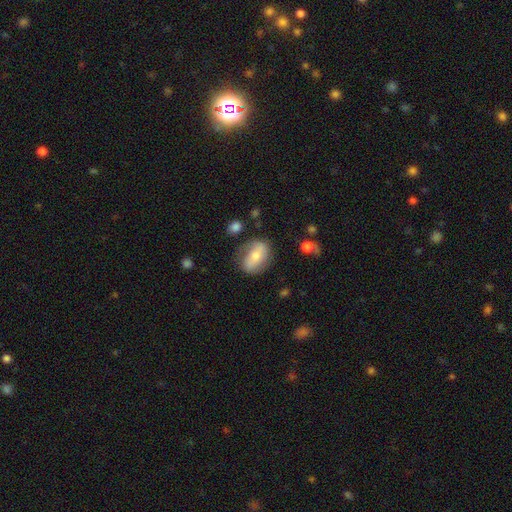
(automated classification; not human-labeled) Smooth or featured? Predicted: smooth (p=0.51). How rounded? Predicted: in between (p=0.77). Merging? Predicted: none (p=0.68).